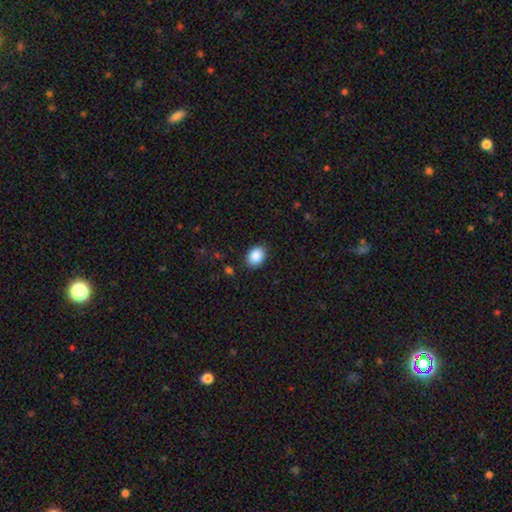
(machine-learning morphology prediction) Smooth or featured? Predicted: smooth (p=0.88). How rounded? Predicted: in between (p=0.71). Merging? Predicted: none (p=0.88).